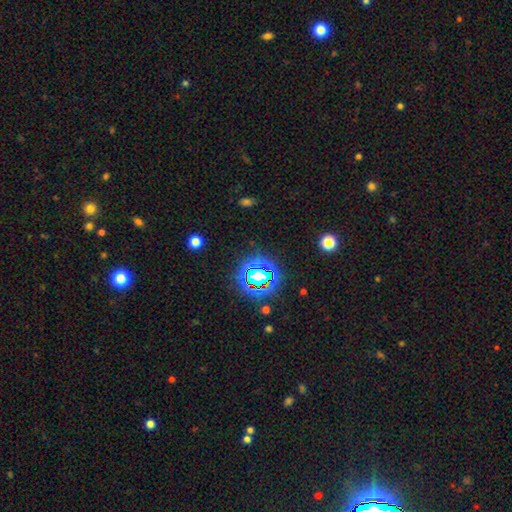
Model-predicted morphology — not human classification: Smooth or featured?
  - star or artifact: 79% *
  - smooth: 14%
  - featured or disk: 7%